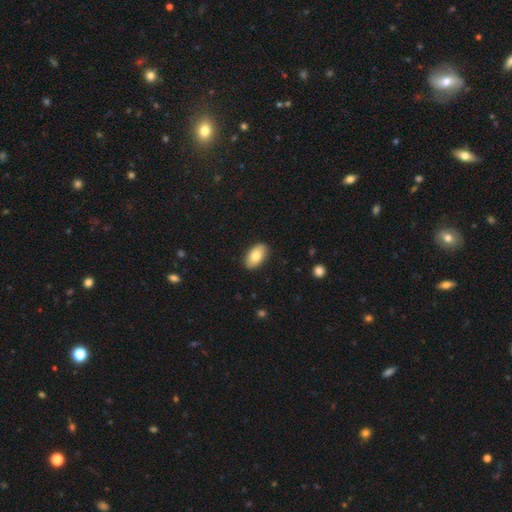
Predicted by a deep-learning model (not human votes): This is clearly a smooth galaxy (81%). How rounded: clearly in between (94%). Merging: clearly none (88%).